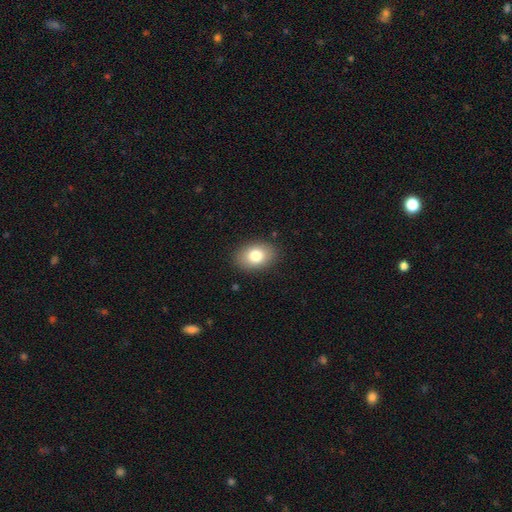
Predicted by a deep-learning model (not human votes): Smooth or featured? smooth (80%)
How rounded? in between (77%)
Merging? none (88%)